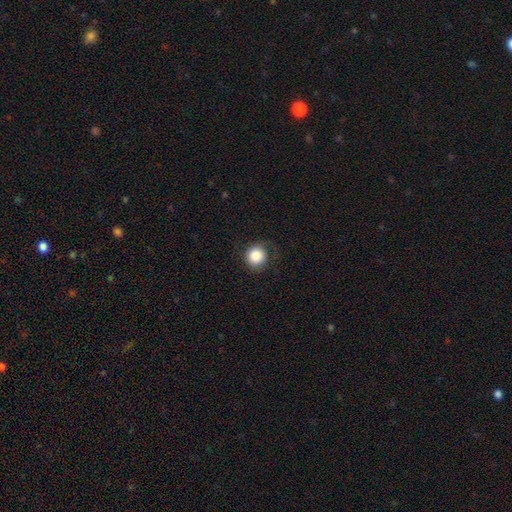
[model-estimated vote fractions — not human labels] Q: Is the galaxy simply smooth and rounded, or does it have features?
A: smooth — 86%.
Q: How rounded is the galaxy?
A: round — 91%.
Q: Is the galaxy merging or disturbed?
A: none — 76%.